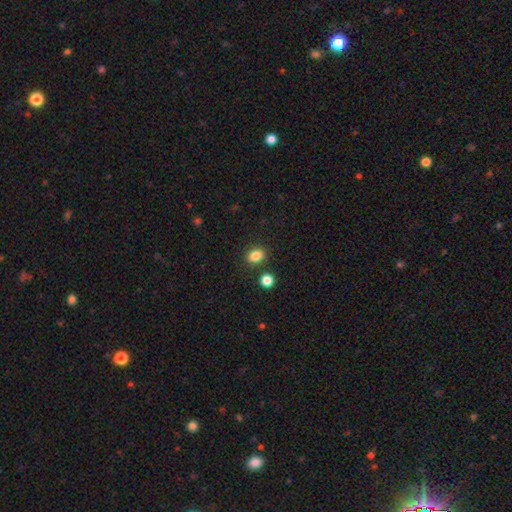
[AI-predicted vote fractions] Overall: smooth (85%). How rounded: in between (63%; round 36%). Merging: none (82%).